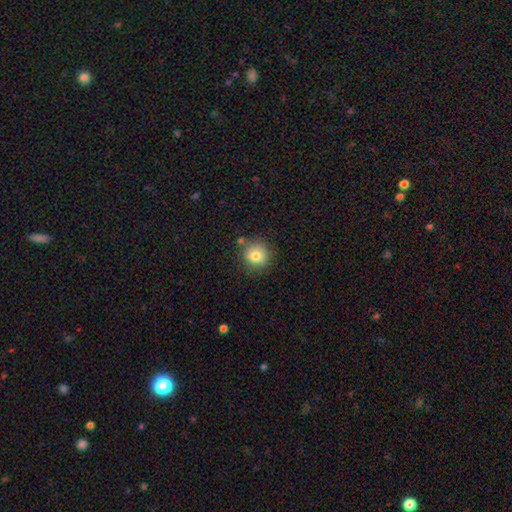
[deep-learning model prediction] Q: Smooth or featured?
A: smooth (81%); runner-up: star or artifact (10%)
Q: How rounded?
A: round (90%); runner-up: in between (9%)
Q: Merging?
A: none (81%); runner-up: minor disturbance (11%)